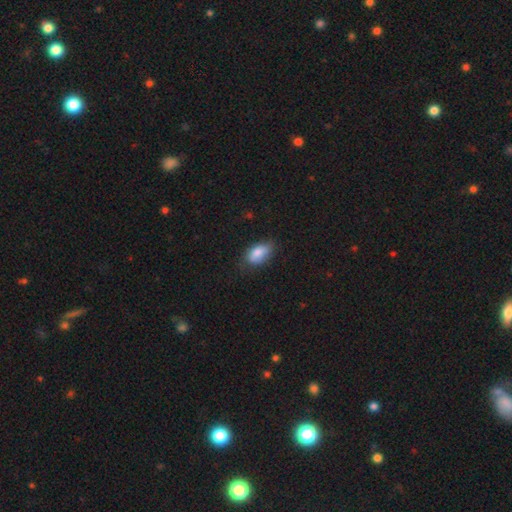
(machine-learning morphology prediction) Overall: smooth (81%). How rounded: in between (91%). Merging: none (70%).